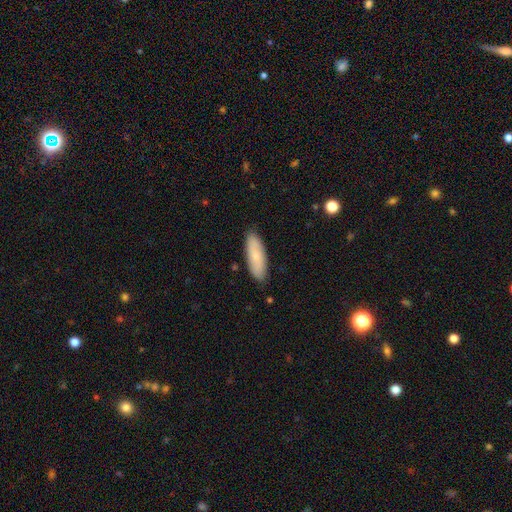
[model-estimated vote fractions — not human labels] Smooth or featured: smooth — 76% (featured or disk — 18%)
How rounded: in between — 58% (cigar-shaped — 40%)
Merging: none — 86% (minor disturbance — 11%)